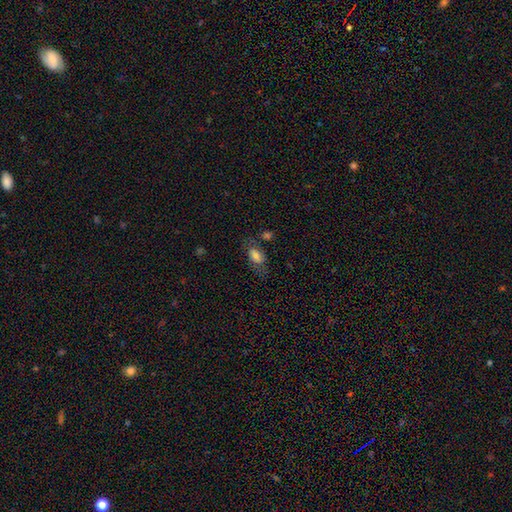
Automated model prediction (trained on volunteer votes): The model was most divided on "merging": none: 60%, minor disturbance: 22%, major disturbance: 12%, merger: 6%. More confident: how rounded — in between (89%); smooth or featured — smooth (70%).